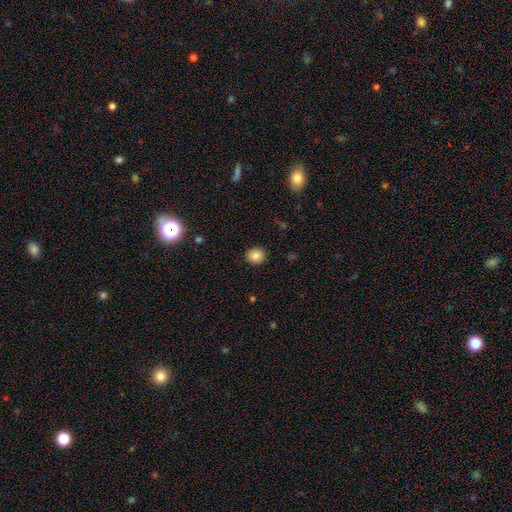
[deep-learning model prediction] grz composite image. It shows a smooth galaxy with no disk features (86%) that is round (76%). Merging: none (90%).